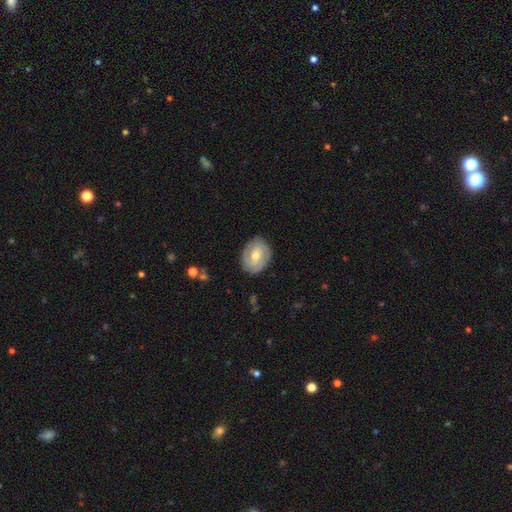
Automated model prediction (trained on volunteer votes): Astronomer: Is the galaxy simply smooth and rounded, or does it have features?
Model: featured or disk — 63%.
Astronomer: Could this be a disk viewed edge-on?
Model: no — 96%.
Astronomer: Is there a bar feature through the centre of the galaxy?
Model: no — 44% (runner-up: weak, 42%).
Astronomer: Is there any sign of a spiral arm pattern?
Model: yes — 76%.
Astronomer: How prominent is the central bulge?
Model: moderate — 64%.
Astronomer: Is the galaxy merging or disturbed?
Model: none — 82%.